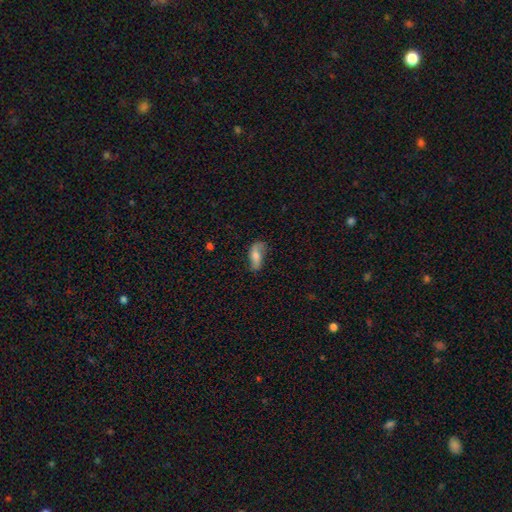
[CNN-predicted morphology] A smooth galaxy with no disk features (52%) that is in between round and cigar-shaped (82%). Merging: none (59%).